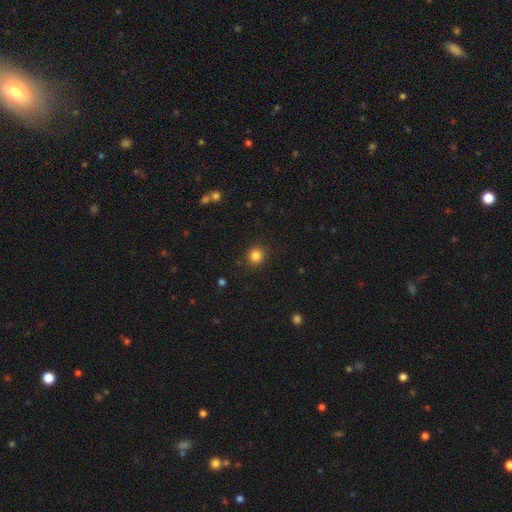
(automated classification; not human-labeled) Smooth or featured?
  - smooth: 84% *
  - star or artifact: 12%
  - featured or disk: 4%
How rounded?
  - round: 91% *
  - in between: 8%
  - cigar-shaped: 1%
Merging?
  - none: 90% *
  - minor disturbance: 7%
  - major disturbance: 2%
  - merger: 1%